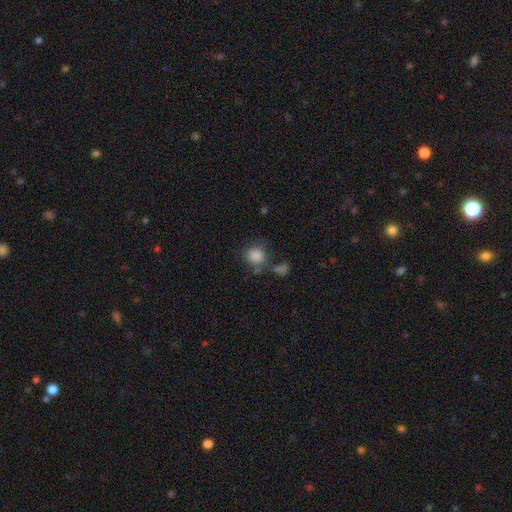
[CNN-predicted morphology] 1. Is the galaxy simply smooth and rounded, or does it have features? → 85% smooth, 10% star or artifact, 5% featured or disk.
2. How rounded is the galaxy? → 80% round, 19% in between, 1% cigar-shaped.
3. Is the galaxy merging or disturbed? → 60% none, 16% merger, 16% minor disturbance, 8% major disturbance.